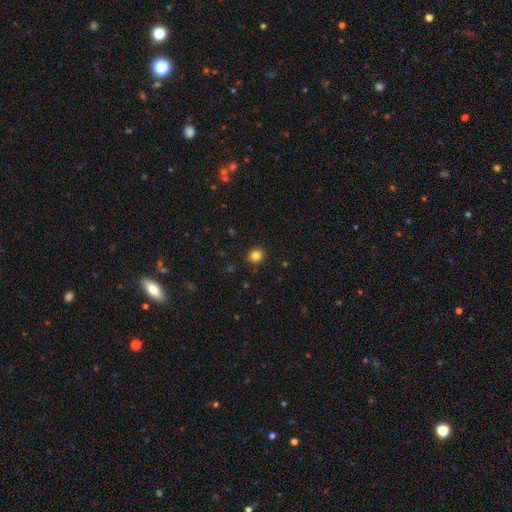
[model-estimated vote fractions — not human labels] Smooth or featured?
  - smooth: 84% *
  - star or artifact: 12%
  - featured or disk: 4%
How rounded?
  - round: 87% *
  - in between: 12%
  - cigar-shaped: 1%
Merging?
  - none: 91% *
  - minor disturbance: 6%
  - major disturbance: 2%
  - merger: 1%